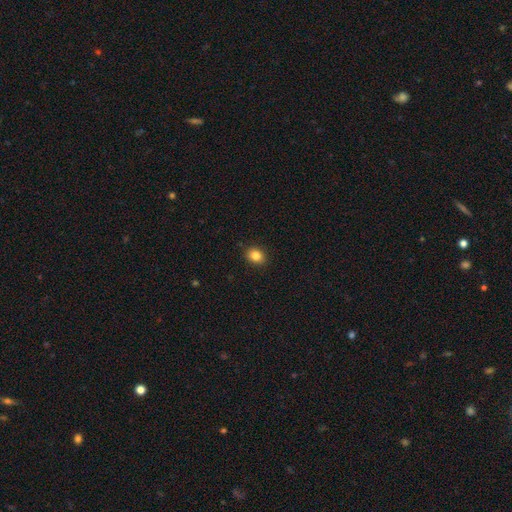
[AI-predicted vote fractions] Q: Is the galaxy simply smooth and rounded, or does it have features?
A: smooth — 83%.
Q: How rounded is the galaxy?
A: round — 56%.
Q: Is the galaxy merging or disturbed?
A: none — 90%.